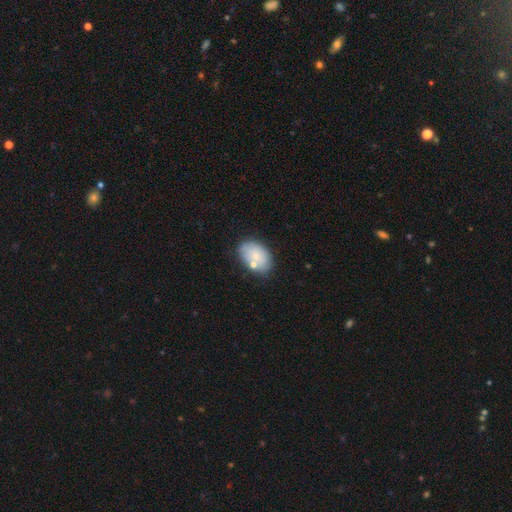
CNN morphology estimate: A smooth galaxy with no disk features (71%) that is in between round and cigar-shaped (85%). Merging: none (66%).